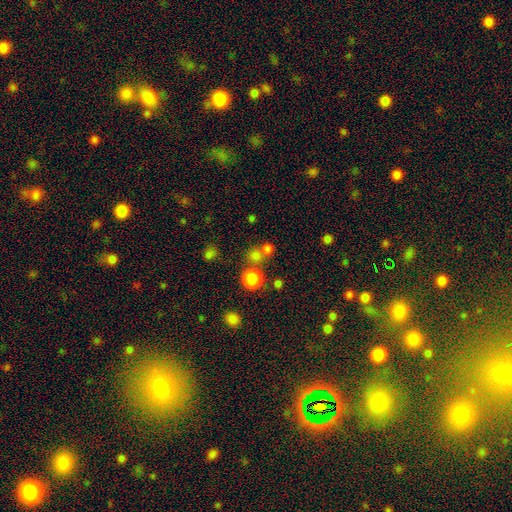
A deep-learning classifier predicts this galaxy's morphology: A smooth galaxy with no disk features (76%) that is round (90%). Merging: none (63%).